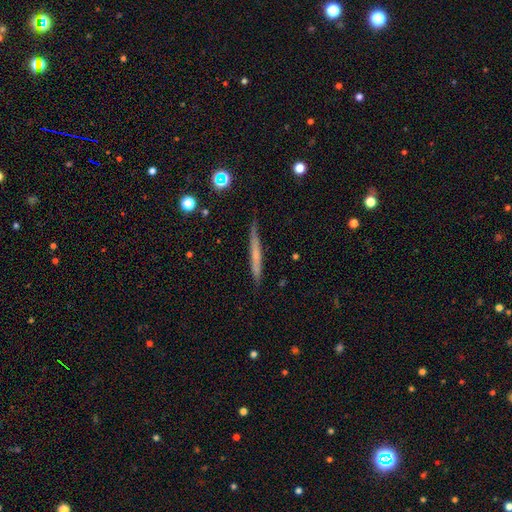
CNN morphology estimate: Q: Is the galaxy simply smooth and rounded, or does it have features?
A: smooth — 48%.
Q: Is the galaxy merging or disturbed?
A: none — 84%.